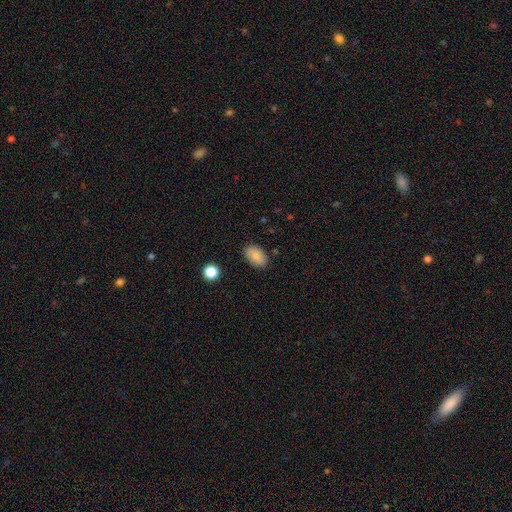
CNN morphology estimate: The model was most divided on "smooth or featured": smooth: 82%, featured or disk: 10%, star or artifact: 8%. More confident: how rounded — in between (91%); merging — none (85%).